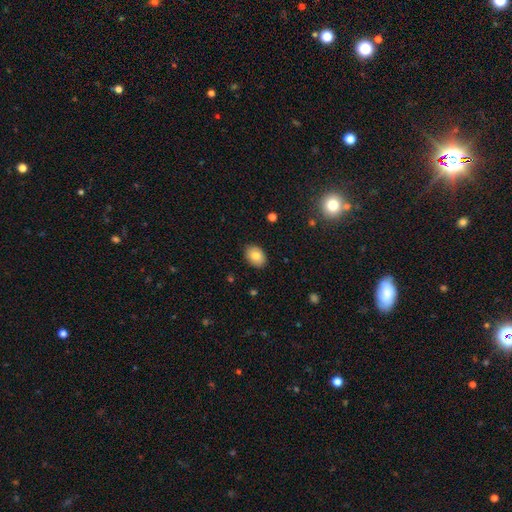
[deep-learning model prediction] smooth-or-featured: smooth: 80% | featured or disk: 12% | star or artifact: 8%
  how-rounded: in between: 74% | round: 25% | cigar-shaped: 1%
  merging: none: 88% | minor disturbance: 9% | major disturbance: 2% | merger: 1%